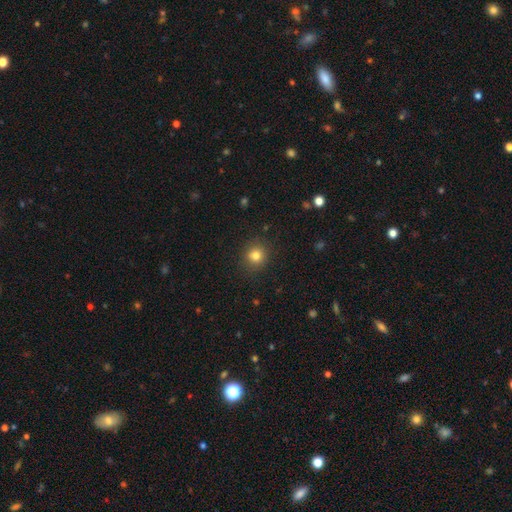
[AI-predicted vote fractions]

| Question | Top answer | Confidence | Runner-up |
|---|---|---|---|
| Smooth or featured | smooth | 80% | star or artifact (13%) |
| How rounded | round | 88% | in between (12%) |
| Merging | none | 88% | minor disturbance (8%) |